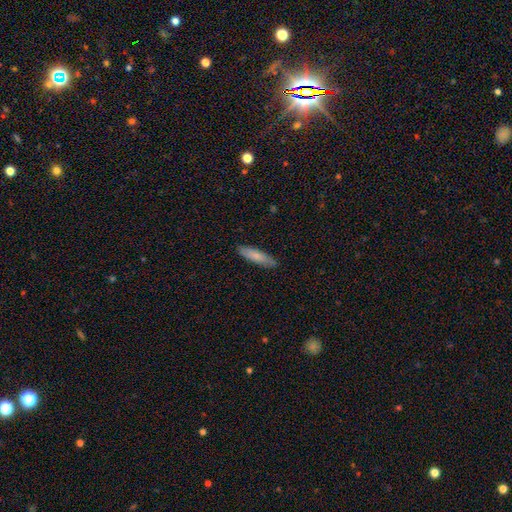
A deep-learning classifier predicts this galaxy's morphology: Smooth or featured: smooth — 80% (featured or disk — 15%)
How rounded: cigar-shaped — 74% (in between — 24%)
Merging: none — 87% (minor disturbance — 10%)